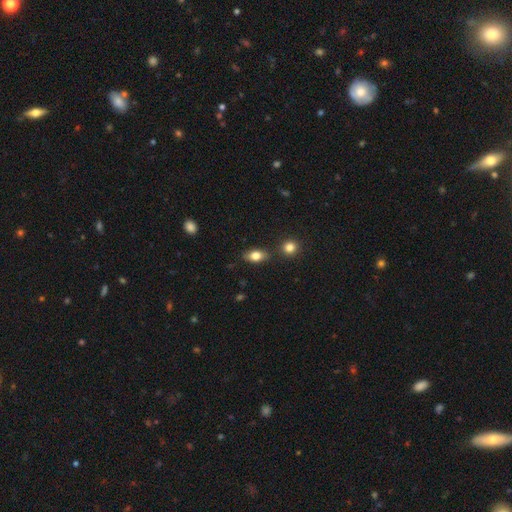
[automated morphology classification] Smooth or featured? Predicted: smooth (p=0.80). How rounded? Predicted: in between (p=0.86). Merging? Predicted: none (p=0.80).